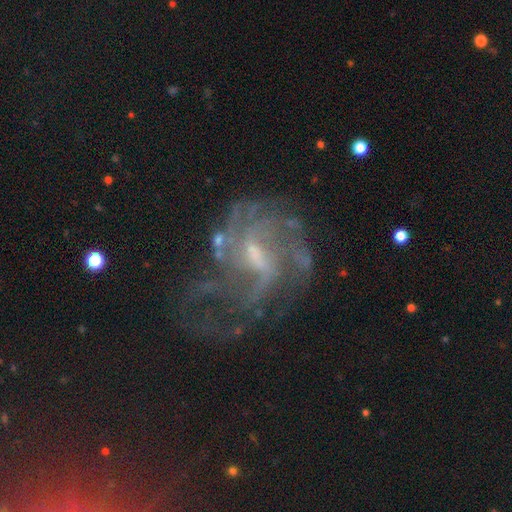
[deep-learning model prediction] Smooth or featured: featured or disk — 85% (star or artifact — 9%)
Edge-on disk: no — 97% (yes — 3%)
Bar: weak — 58% (no — 23%)
Spiral arms: yes — 90% (no — 10%)
Spiral winding: medium — 44% (loose — 29%)
Spiral arm count: can't tell — 34% (4 — 18%)
Bulge size: small — 50% (moderate — 31%)
Merging: none — 51% (major disturbance — 28%)